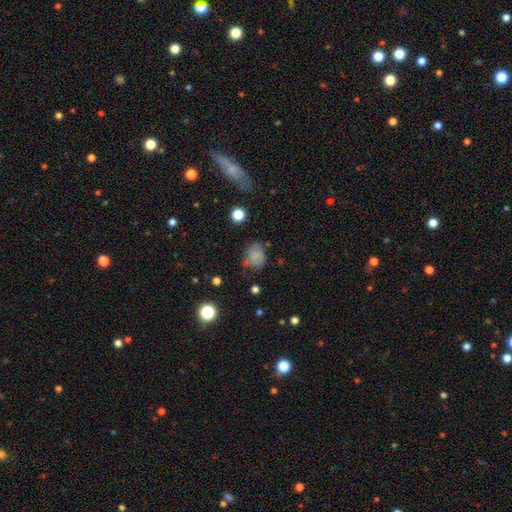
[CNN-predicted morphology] Smooth or featured: smooth — 75% (star or artifact — 13%)
How rounded: round — 55% (in between — 44%)
Merging: none — 56% (minor disturbance — 29%)